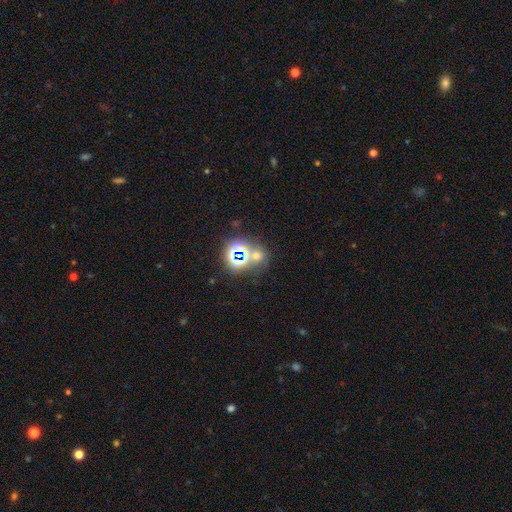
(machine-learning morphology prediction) Smooth or featured?
  - star or artifact: 50% *
  - smooth: 40%
  - featured or disk: 10%